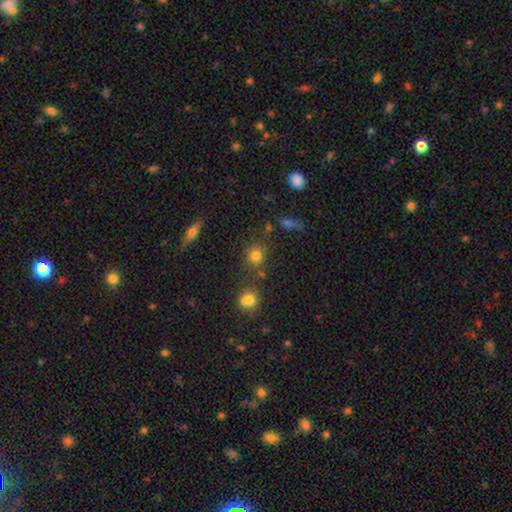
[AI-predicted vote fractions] Overall: smooth (77%). How rounded: round (80%). Merging: none (73%).